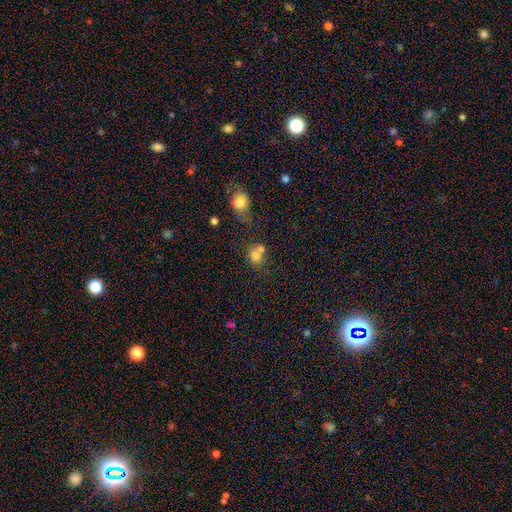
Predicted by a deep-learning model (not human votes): smooth-or-featured: smooth: 75% | featured or disk: 12% | star or artifact: 12%
  how-rounded: round: 68% | in between: 31% | cigar-shaped: 1%
  merging: merger: 47% | none: 37% | minor disturbance: 10% | major disturbance: 5%